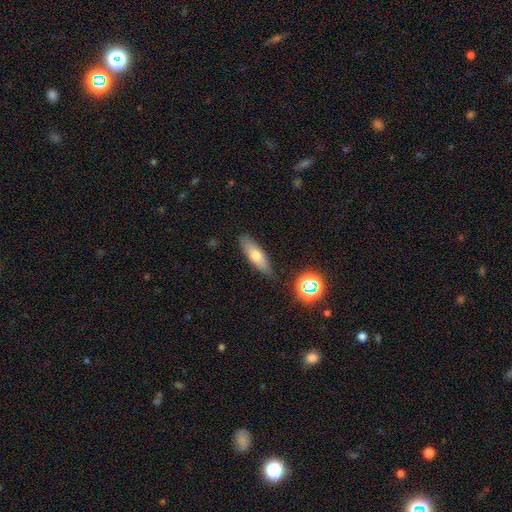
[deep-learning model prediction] smooth-or-featured: smooth: 66% | featured or disk: 25% | star or artifact: 9%
  how-rounded: in between: 51% | cigar-shaped: 46% | round: 3%
  merging: none: 85% | minor disturbance: 11% | major disturbance: 2% | merger: 2%